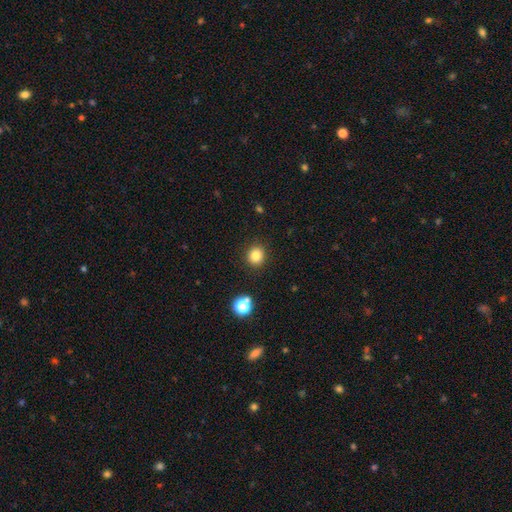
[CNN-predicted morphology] Smooth or featured: smooth — 82% (star or artifact — 12%)
How rounded: round — 87% (in between — 12%)
Merging: none — 90% (minor disturbance — 6%)